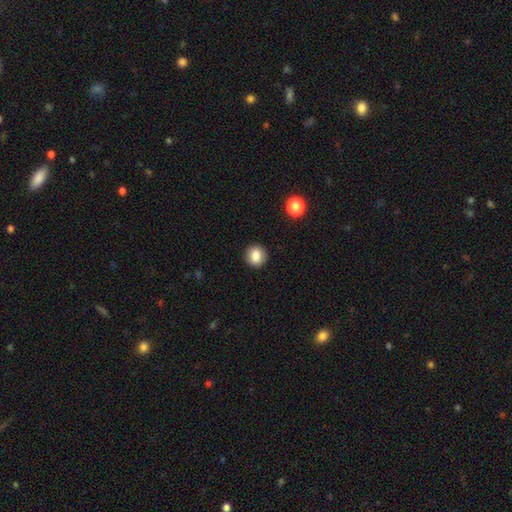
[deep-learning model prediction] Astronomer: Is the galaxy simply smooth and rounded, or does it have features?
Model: smooth — 83%.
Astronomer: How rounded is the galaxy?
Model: round — 83%.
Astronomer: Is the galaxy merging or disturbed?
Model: none — 91%.